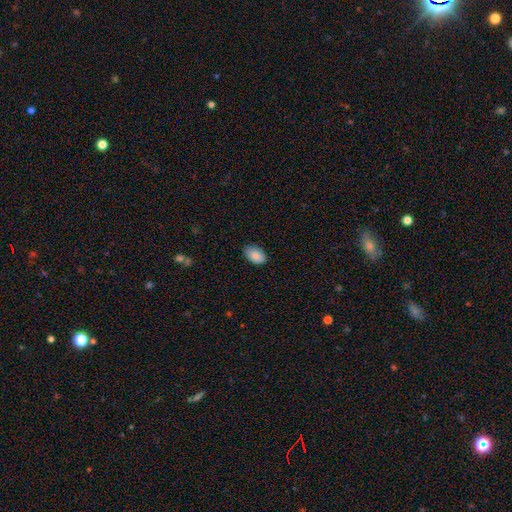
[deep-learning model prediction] smooth 88%, star or artifact 7%, featured or disk 5%. Down the decision tree: how rounded — in between (89%); merging — none (82%).